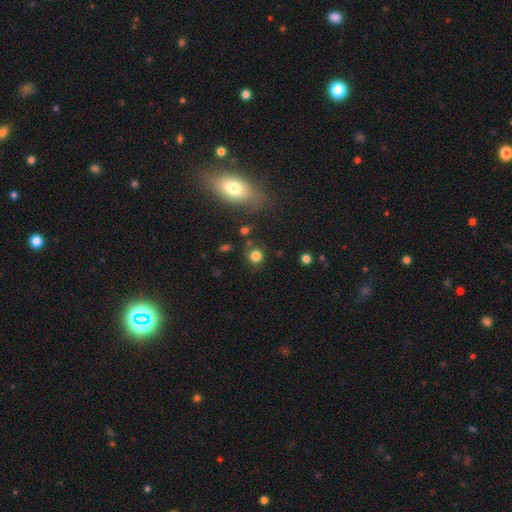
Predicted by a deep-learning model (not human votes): This is clearly a smooth galaxy (82%). How rounded: clearly round (85%). Merging: likely none (76%).